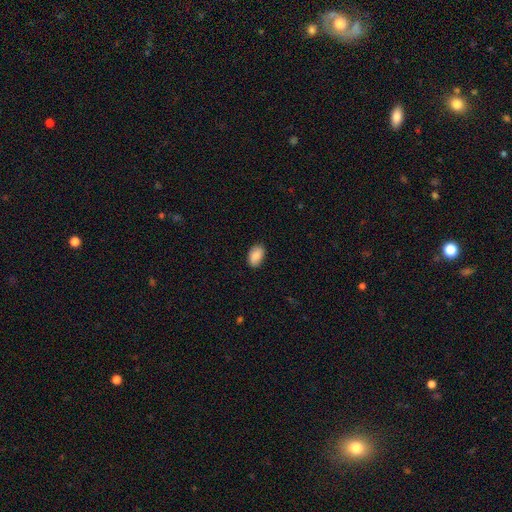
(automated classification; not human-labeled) smooth 87%, star or artifact 7%, featured or disk 7%. Down the decision tree: how rounded — in between (92%); merging — none (86%).